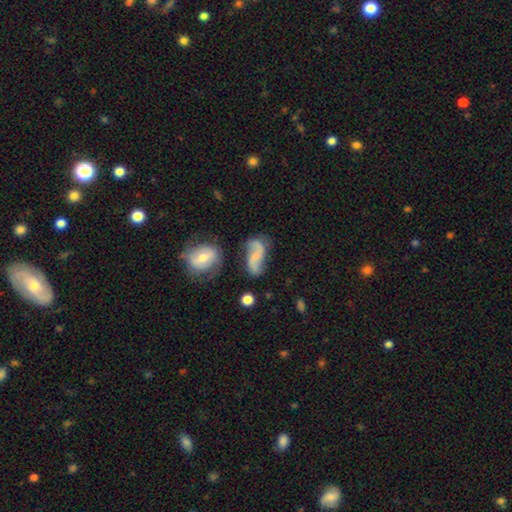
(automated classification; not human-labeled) smooth-or-featured: featured or disk: 74% | smooth: 18% | star or artifact: 8%
  disk-edge-on: no: 97% | yes: 3%
    bar: no: 50% | weak: 37% | strong: 12%
    has-spiral-arms: yes: 93% | no: 7%
      spiral-winding: loose: 74% | medium: 21% | tight: 6%
      spiral-arm-count: 2: 91% | can't tell: 3% | 1: 3% | 3: 1% | 4: 1% | more than 4: 1%
    bulge-size: small: 46% | none: 35% | moderate: 16% | large: 2% | dominant: 1%
  merging: none: 60% | minor disturbance: 20% | major disturbance: 11% | merger: 9%